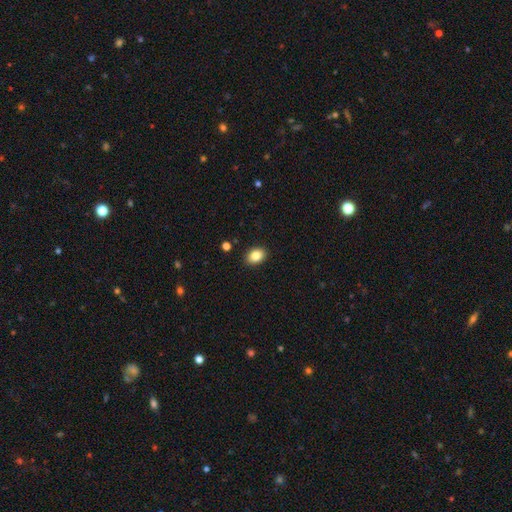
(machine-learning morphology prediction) Q: Smooth or featured?
A: smooth (86%); runner-up: star or artifact (9%)
Q: How rounded?
A: in between (73%); runner-up: round (26%)
Q: Merging?
A: none (89%); runner-up: minor disturbance (8%)